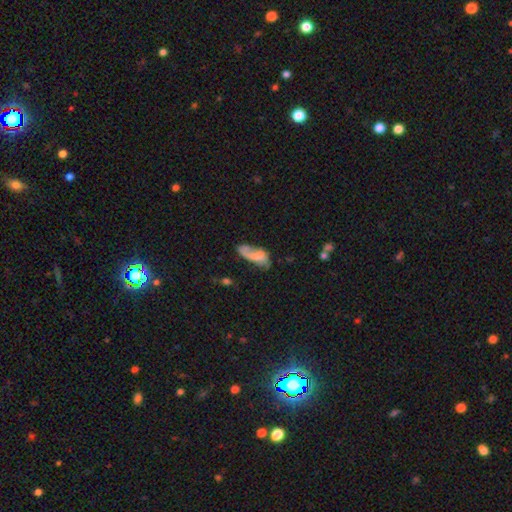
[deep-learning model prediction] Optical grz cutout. It shows a smooth galaxy with no disk features (52%) that is in between round and cigar-shaped (78%). Merging: none (37%).